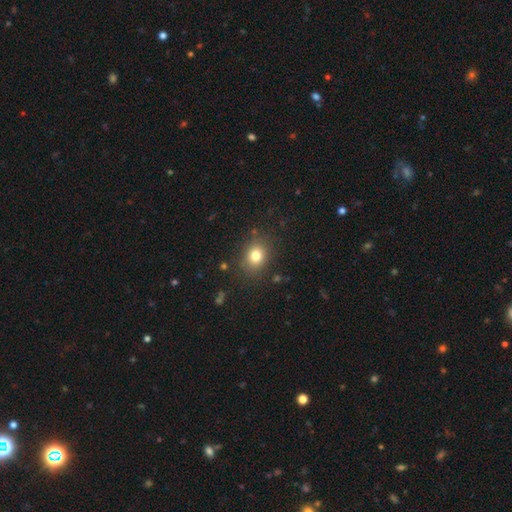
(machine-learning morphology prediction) A smooth galaxy with no disk features (80%) that is round (55%). Merging: none (84%).